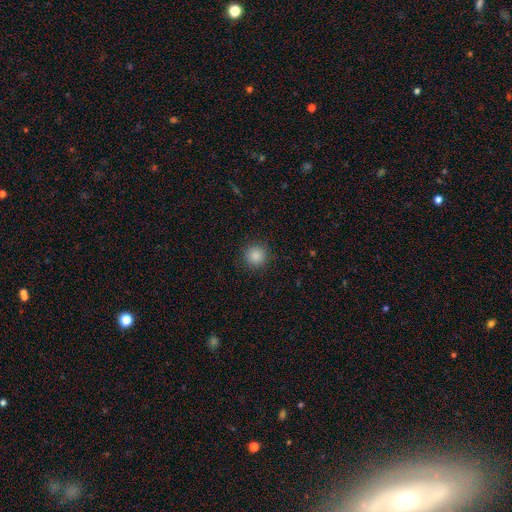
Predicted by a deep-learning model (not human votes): smooth_or_featured: smooth (p=0.86) [alt: star or artifact p=0.11]
how_rounded: round (p=0.95) [alt: in between p=0.04]
merging: none (p=0.91) [alt: minor disturbance p=0.06]